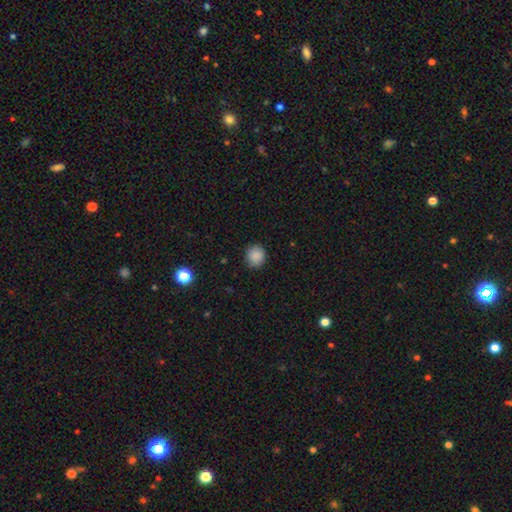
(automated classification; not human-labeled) Smooth or featured? smooth (88%)
How rounded? round (83%)
Merging? none (88%)